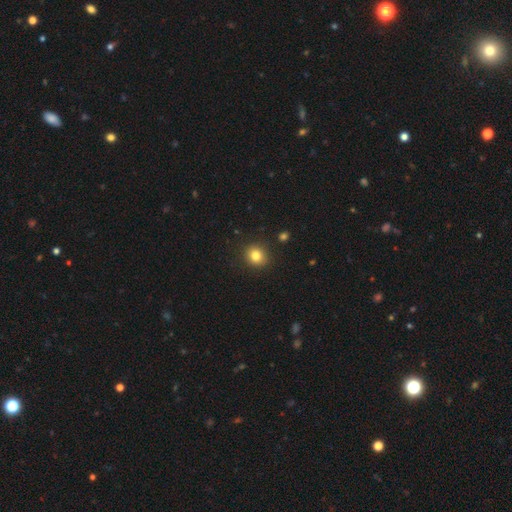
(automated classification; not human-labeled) Q: Smooth or featured?
A: smooth (82%); runner-up: star or artifact (12%)
Q: How rounded?
A: round (83%); runner-up: in between (16%)
Q: Merging?
A: none (90%); runner-up: minor disturbance (7%)